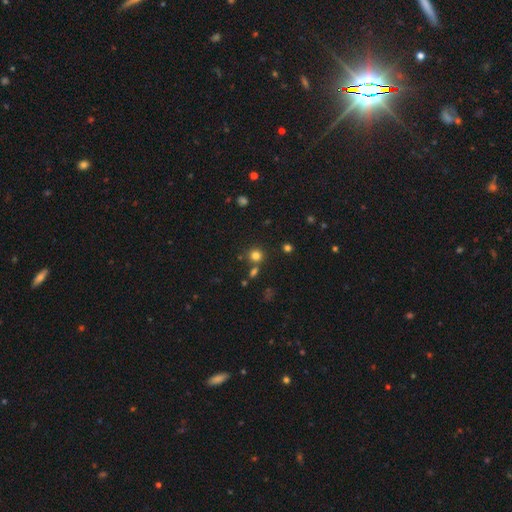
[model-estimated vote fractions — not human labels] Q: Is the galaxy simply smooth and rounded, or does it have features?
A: smooth — 78%.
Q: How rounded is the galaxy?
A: round — 90%.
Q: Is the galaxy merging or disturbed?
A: none — 75%.